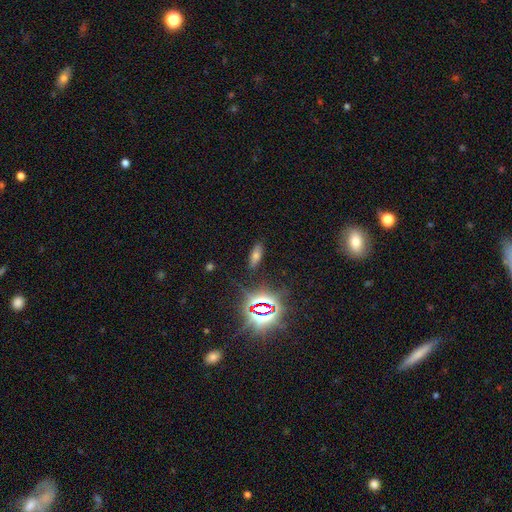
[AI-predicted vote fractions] This appears to be a smooth galaxy with no disk features (51%) that is in between round and cigar-shaped (69%). Merging: none (85%).